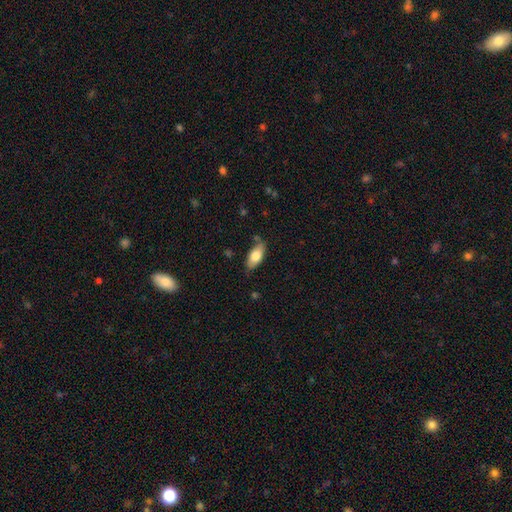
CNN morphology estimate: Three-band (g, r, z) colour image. It shows a smooth galaxy with no disk features (74%) that is in between round and cigar-shaped (87%). Merging: none (68%).